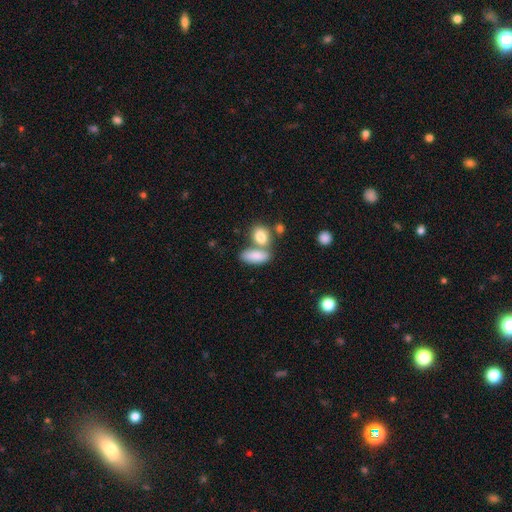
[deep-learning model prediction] This is clearly a smooth galaxy (84%). How rounded: clearly in between (87%). Merging: marginally none (43%).